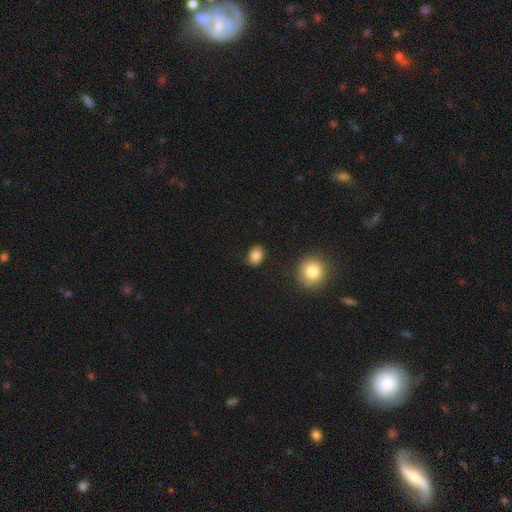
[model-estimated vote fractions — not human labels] This appears to be a smooth galaxy with no disk features (85%) that is in between round and cigar-shaped (66%). Merging: none (80%).